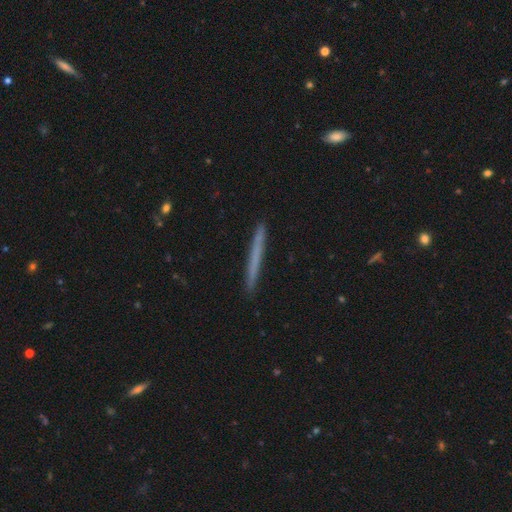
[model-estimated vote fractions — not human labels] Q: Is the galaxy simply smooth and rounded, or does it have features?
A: smooth — 58%.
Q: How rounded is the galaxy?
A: cigar-shaped — 97%.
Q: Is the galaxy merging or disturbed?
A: none — 91%.